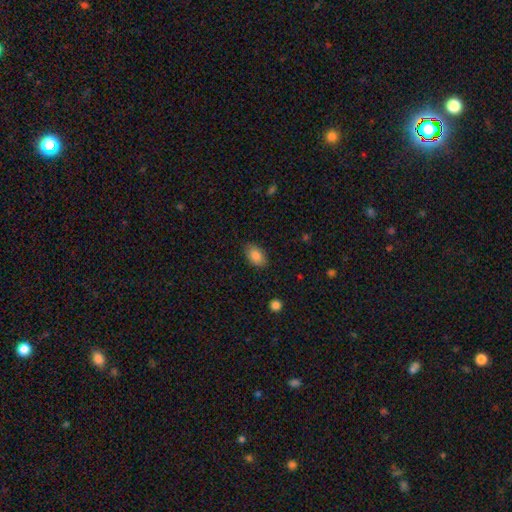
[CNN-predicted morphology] Smooth or featured?
  - smooth: 86% *
  - star or artifact: 8%
  - featured or disk: 7%
How rounded?
  - in between: 88% *
  - round: 10%
  - cigar-shaped: 1%
Merging?
  - none: 84% *
  - minor disturbance: 13%
  - major disturbance: 3%
  - merger: 1%